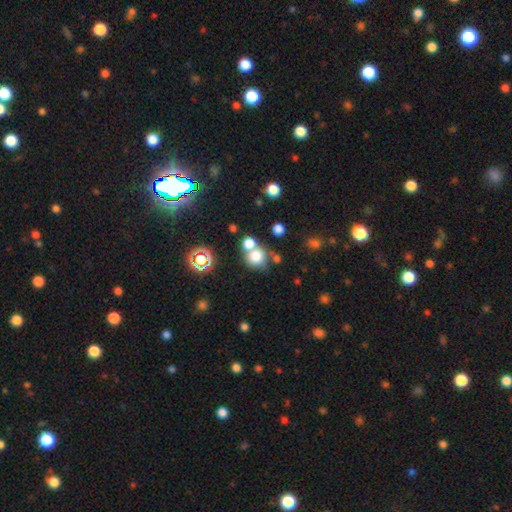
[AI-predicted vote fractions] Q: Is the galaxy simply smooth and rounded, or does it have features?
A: smooth — 74%.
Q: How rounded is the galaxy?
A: round — 84%.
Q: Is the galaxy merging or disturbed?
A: none — 50%.